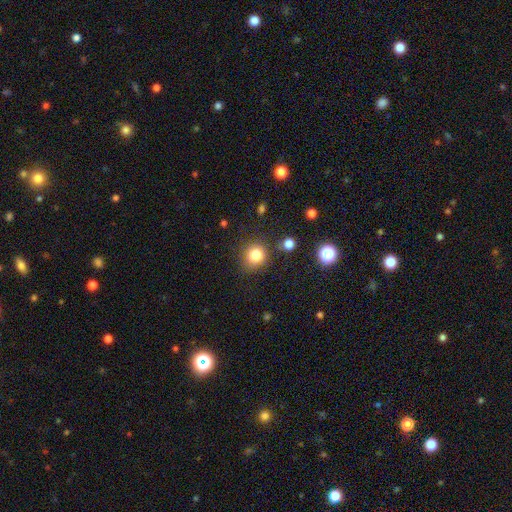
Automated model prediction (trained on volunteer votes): Overall: smooth (81%). How rounded: round (85%). Merging: none (80%).